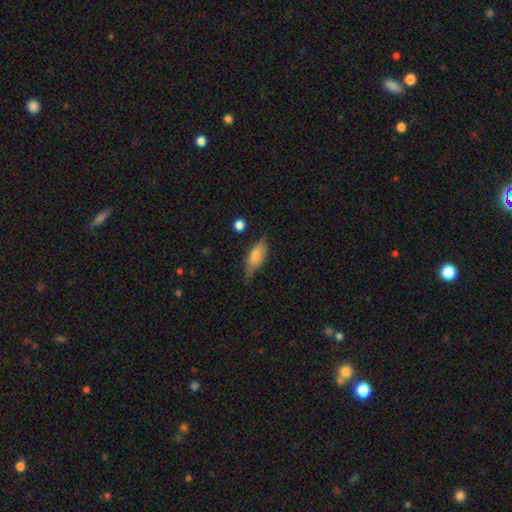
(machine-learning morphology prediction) Overall: smooth (72%). How rounded: in between (71%). Merging: none (56%; minor disturbance 33%).